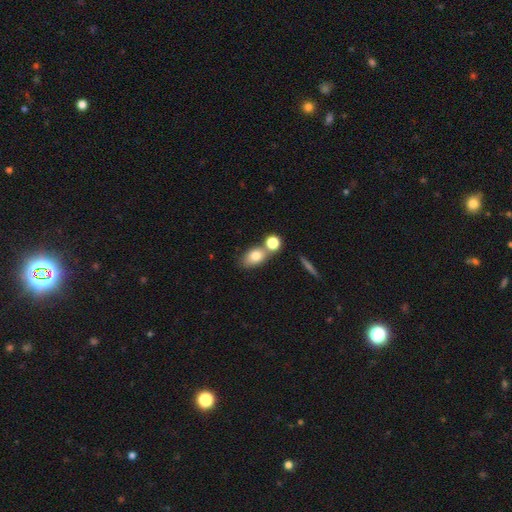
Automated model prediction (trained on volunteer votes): Smooth or featured? smooth (77%)
How rounded? in between (77%)
Merging? none (49%)